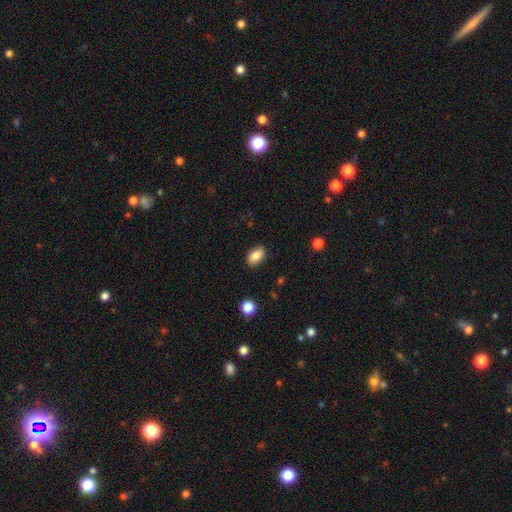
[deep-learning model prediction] Smooth or featured: smooth — 85% (star or artifact — 8%)
How rounded: in between — 90% (round — 8%)
Merging: none — 87% (minor disturbance — 9%)